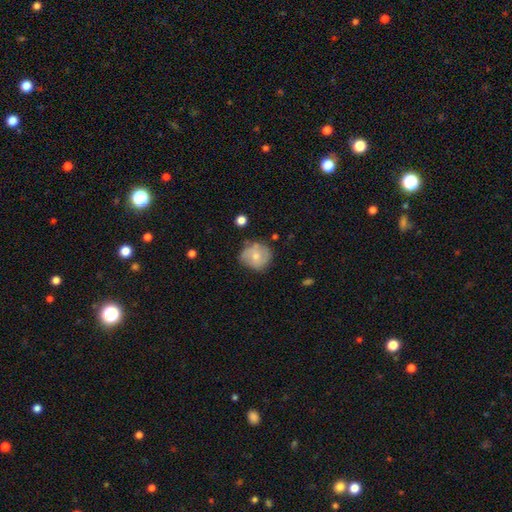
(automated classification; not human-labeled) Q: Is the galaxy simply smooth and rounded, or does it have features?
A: smooth — 63%.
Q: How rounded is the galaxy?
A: round — 81%.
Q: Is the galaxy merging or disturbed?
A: none — 62%.